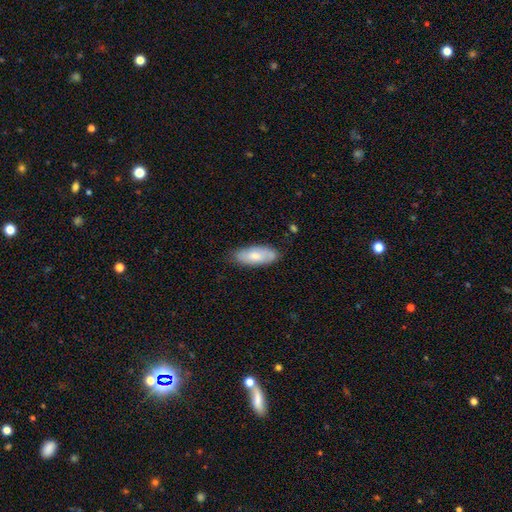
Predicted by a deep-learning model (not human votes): Morphology: type=smooth (69%); roundness=in between (80%); merging=none (76%).